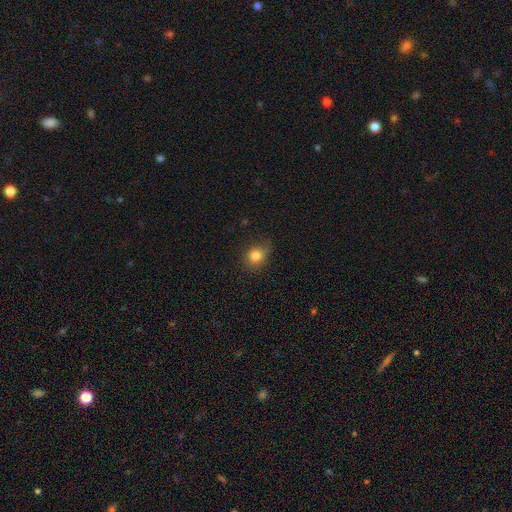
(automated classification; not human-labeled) Overall: smooth (81%). How rounded: round (64%; in between 35%). Merging: none (70%).